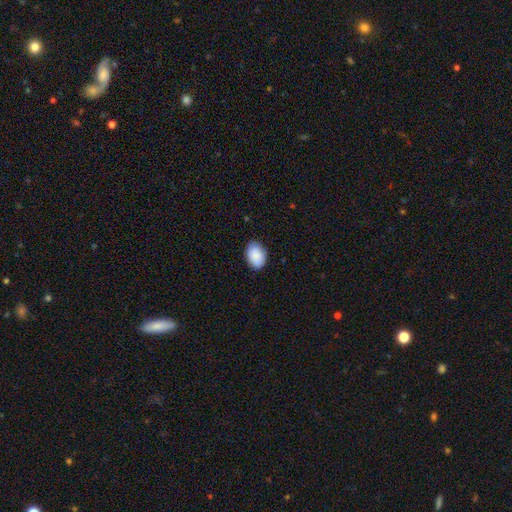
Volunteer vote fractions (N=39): This is clearly a smooth galaxy (92%). How rounded: clearly in between (86%). Merging: clearly none (84%).